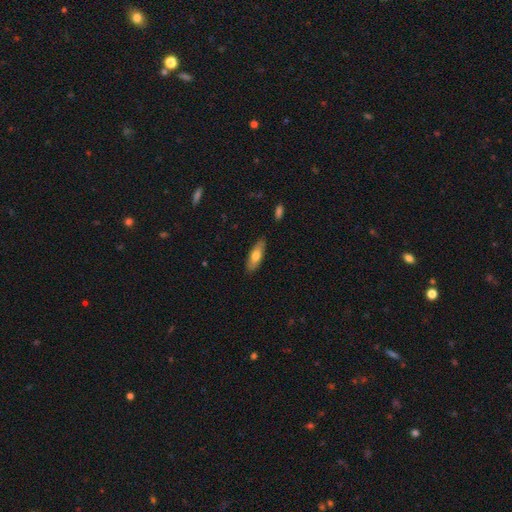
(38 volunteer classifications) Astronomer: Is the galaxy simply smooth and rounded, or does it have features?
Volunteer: smooth — 71%.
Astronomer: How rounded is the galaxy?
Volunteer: in between — 56% (runner-up: cigar-shaped, 44%).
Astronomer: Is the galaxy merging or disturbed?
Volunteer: none — 81%.